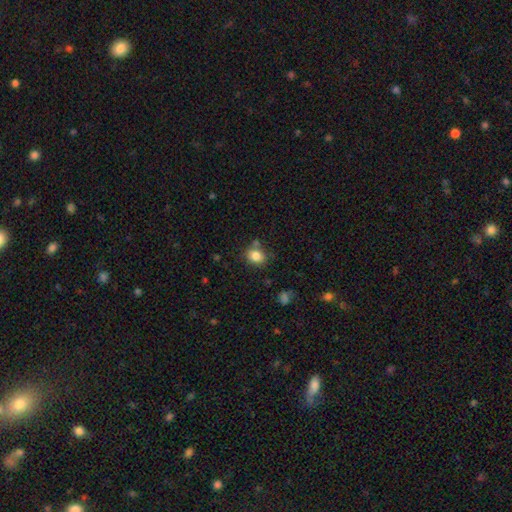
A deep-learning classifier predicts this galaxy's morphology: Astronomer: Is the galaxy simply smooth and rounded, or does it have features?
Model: smooth — 83%.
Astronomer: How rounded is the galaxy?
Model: round — 56% (runner-up: in between, 43%).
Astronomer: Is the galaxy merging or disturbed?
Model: none — 70%.